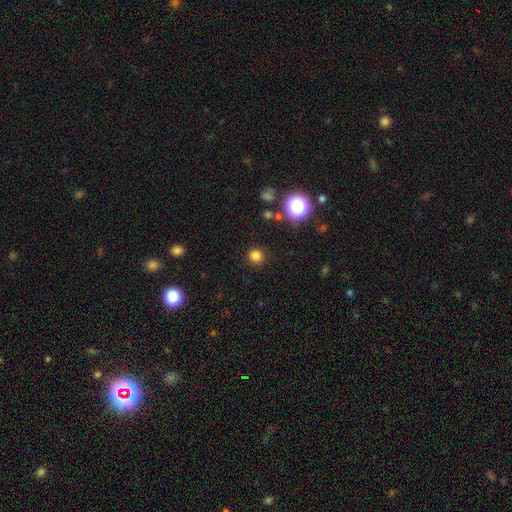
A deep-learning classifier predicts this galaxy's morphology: smooth_or_featured: smooth (p=0.79) [alt: star or artifact p=0.16]
how_rounded: round (p=0.93) [alt: in between p=0.06]
merging: none (p=0.90) [alt: minor disturbance p=0.06]